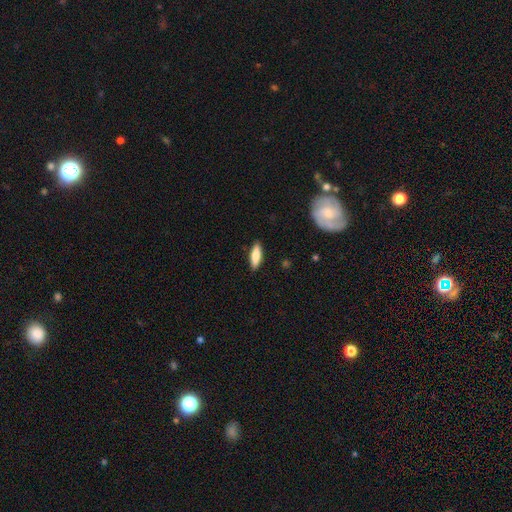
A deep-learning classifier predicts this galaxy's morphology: A smooth galaxy with no disk features (75%) that is in between round and cigar-shaped (50%).

Vote fractions:
- Smooth or featured? smooth: 75% / featured or disk: 19% / star or artifact: 6%
- How rounded? in between: 50% / cigar-shaped: 48% / round: 2%
- Merging? none: 88% / minor disturbance: 9% / major disturbance: 2% / merger: 1%